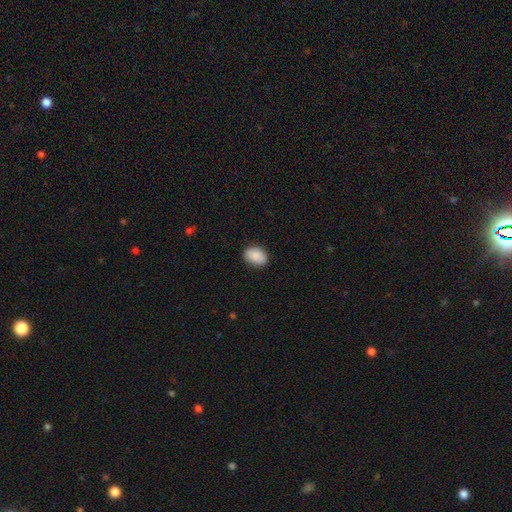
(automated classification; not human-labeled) Smooth or featured? smooth (89%)
How rounded? in between (82%)
Merging? none (85%)